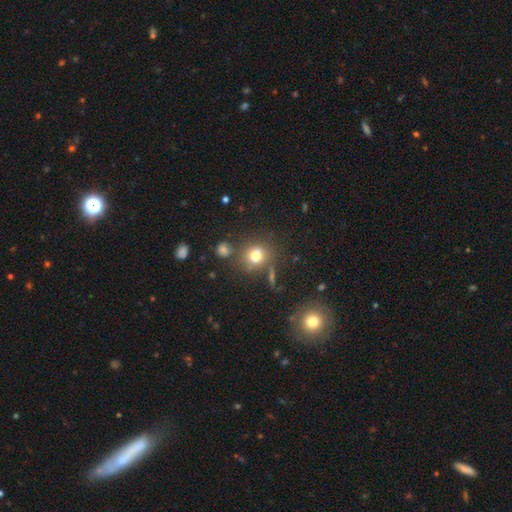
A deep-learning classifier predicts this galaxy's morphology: Smooth or featured: smooth — 75% (star or artifact — 15%)
How rounded: round — 78% (in between — 21%)
Merging: none — 71% (minor disturbance — 13%)